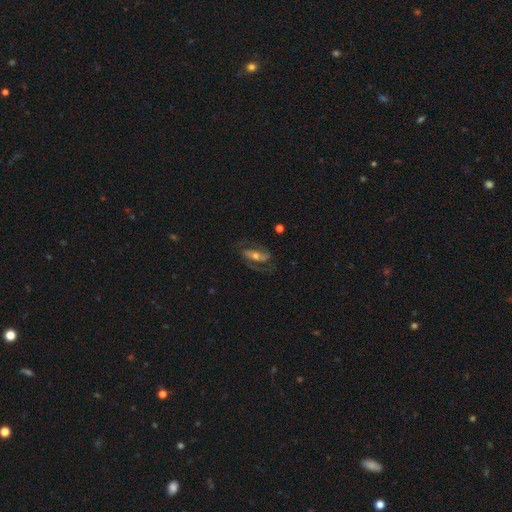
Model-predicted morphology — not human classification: This appears to be a featured or disk galaxy (74%) with a strong bar (40%), 2 (85%) medium (46%) spiral arms (88%) and a moderate central bulge (59%). Merging: none (66%).